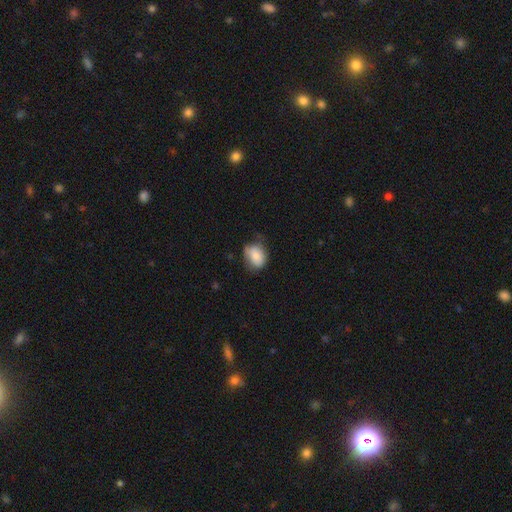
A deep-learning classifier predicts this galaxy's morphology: Overall: smooth (80%). How rounded: in between (64%; round 34%). Merging: none (53%; minor disturbance 34%).